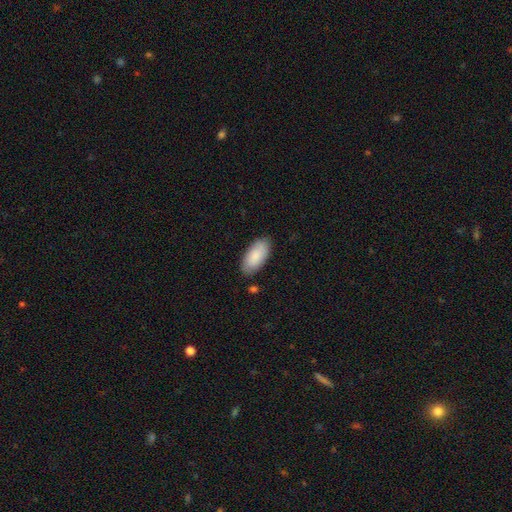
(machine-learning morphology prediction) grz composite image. It shows a smooth galaxy with no disk features (85%) that is in between round and cigar-shaped (93%). Merging: none (82%).